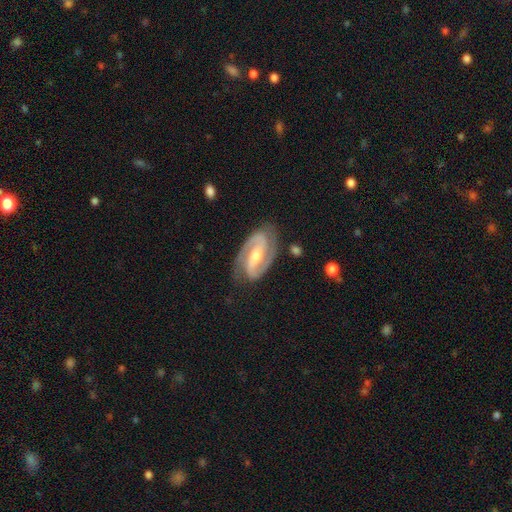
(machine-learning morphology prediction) Overall: featured or disk (92%). Edge-on disk: no (97%). Bar: strong (47%; weak 33%). Spiral arms: yes (98%). Spiral arm count: 2 (94%). Spiral winding: medium (50%; tight 41%). Bulge size: moderate (63%; small 32%). Merging: none (83%).